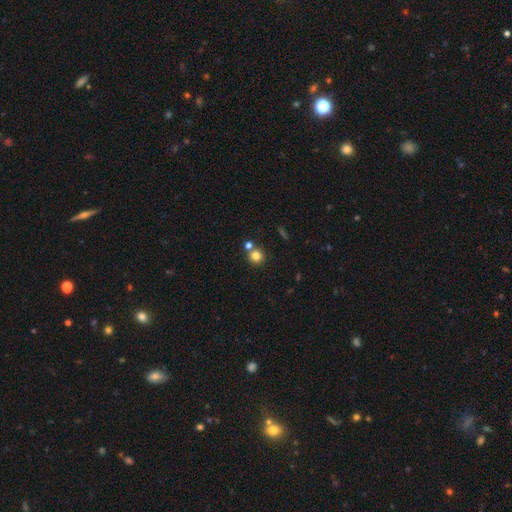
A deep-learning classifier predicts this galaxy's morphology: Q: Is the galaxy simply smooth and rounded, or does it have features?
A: smooth — 79%.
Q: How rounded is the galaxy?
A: round — 92%.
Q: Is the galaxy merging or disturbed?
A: none — 68%.